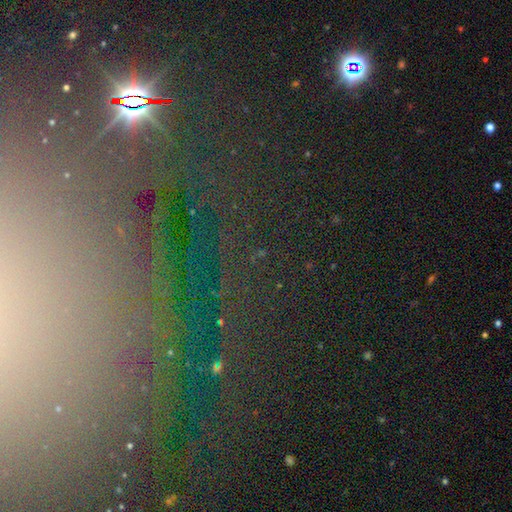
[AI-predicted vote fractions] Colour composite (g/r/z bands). It shows a star or artifact, not a galaxy (71%).